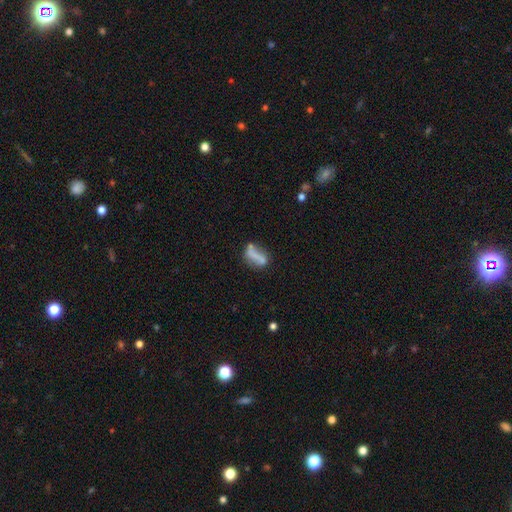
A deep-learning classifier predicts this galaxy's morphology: A smooth galaxy with no disk features (59%) that is in between round and cigar-shaped (63%). Merging: none (41%).